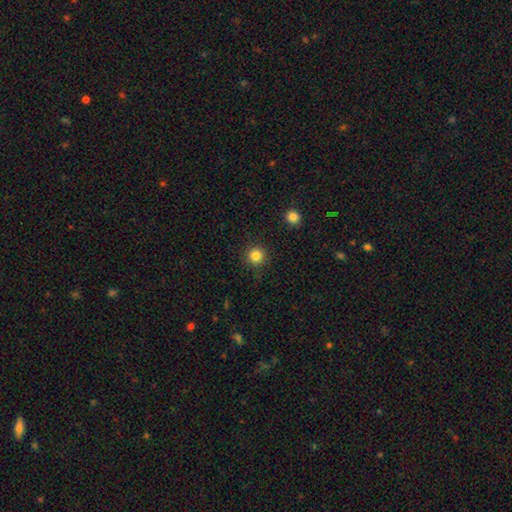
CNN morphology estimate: Overall: smooth (84%). How rounded: round (95%). Merging: none (89%).